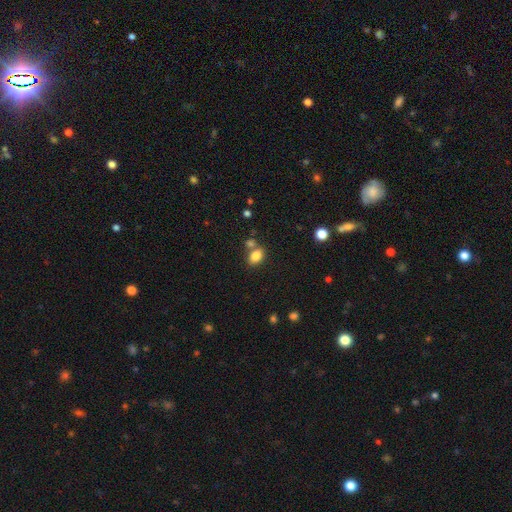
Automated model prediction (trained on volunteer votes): smooth-or-featured: smooth: 83% | star or artifact: 10% | featured or disk: 7%
  how-rounded: in between: 76% | round: 23% | cigar-shaped: 1%
  merging: none: 60% | merger: 25% | minor disturbance: 12% | major disturbance: 4%